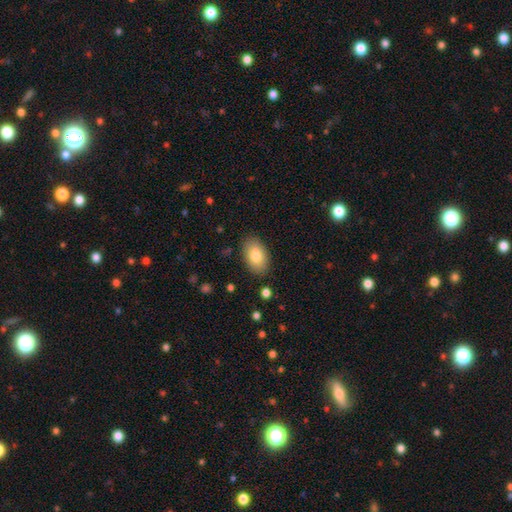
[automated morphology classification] Q: Smooth or featured?
A: smooth (82%); runner-up: featured or disk (11%)
Q: How rounded?
A: in between (92%); runner-up: round (7%)
Q: Merging?
A: none (87%); runner-up: minor disturbance (10%)